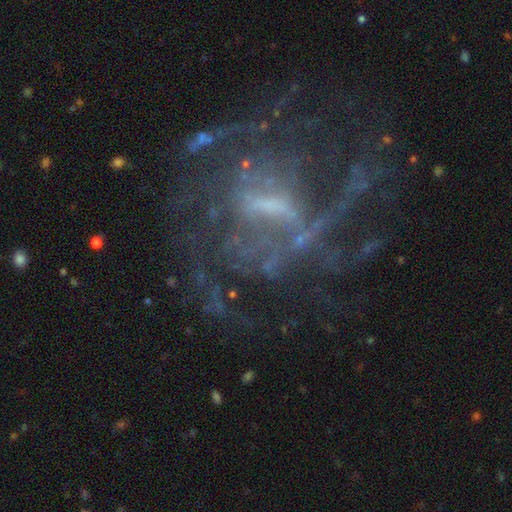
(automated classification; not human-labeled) Morphology: type=featured or disk (79%); edge-on=no (96%); bar=weak (46%); spiral arms=yes (73%); winding=medium (40%); arm count=can't tell (48%); bulge=small (44%); merging=none (53%).